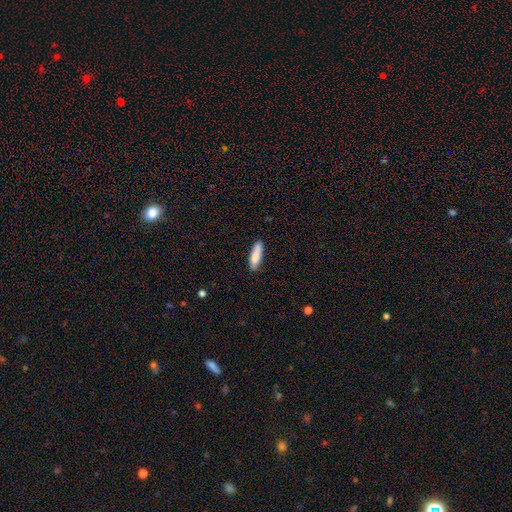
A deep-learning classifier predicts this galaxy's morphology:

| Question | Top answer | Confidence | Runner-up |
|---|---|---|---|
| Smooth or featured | smooth | 84% | featured or disk (10%) |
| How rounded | cigar-shaped | 63% | in between (35%) |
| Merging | none | 80% | minor disturbance (16%) |